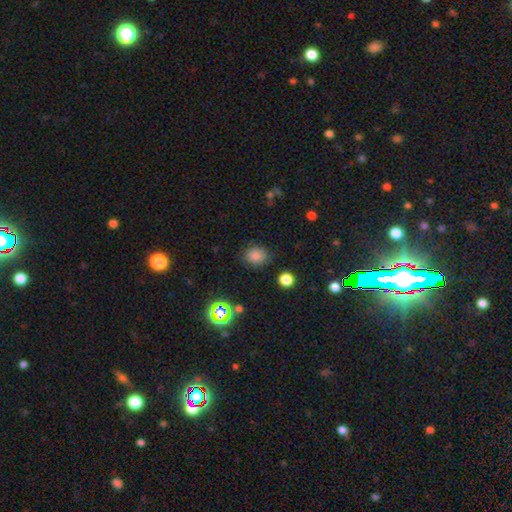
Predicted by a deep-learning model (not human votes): smooth_or_featured: smooth (p=0.80) [alt: star or artifact p=0.15]
how_rounded: round (p=0.54) [alt: in between p=0.45]
merging: none (p=0.80) [alt: minor disturbance p=0.14]